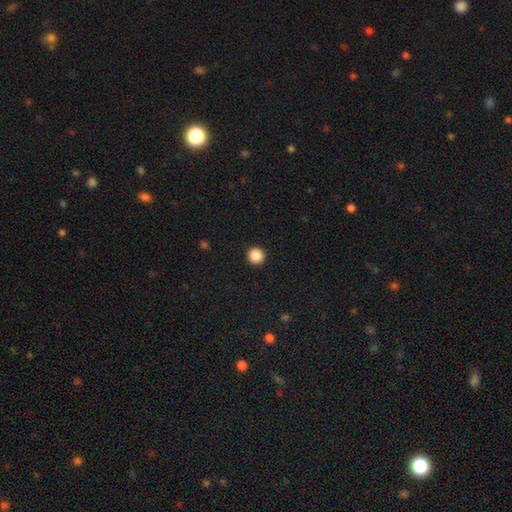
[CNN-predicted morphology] smooth 87%, star or artifact 10%, featured or disk 3%. Down the decision tree: how rounded — round (95%); merging — none (93%).